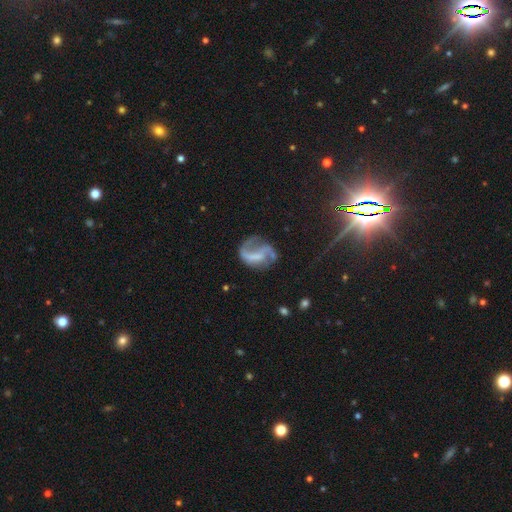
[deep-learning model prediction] Smooth or featured?
  - featured or disk: 69% *
  - smooth: 20%
  - star or artifact: 11%
Edge-on disk?
  - no: 97% *
  - yes: 3%
Bar?
  - weak: 39% *
  - no: 34%
  - strong: 27%
Spiral arms?
  - yes: 75% *
  - no: 25%
Spiral winding?
  - loose: 53% *
  - medium: 34%
  - tight: 13%
Spiral arm count?
  - 2: 56% *
  - 1: 18%
  - can't tell: 15%
  - 3: 7%
  - 4: 2%
  - more than 4: 2%
Bulge size?
  - none: 53% *
  - small: 24%
  - moderate: 17%
  - large: 4%
  - dominant: 1%
Merging?
  - none: 44% *
  - major disturbance: 29%
  - minor disturbance: 22%
  - merger: 5%